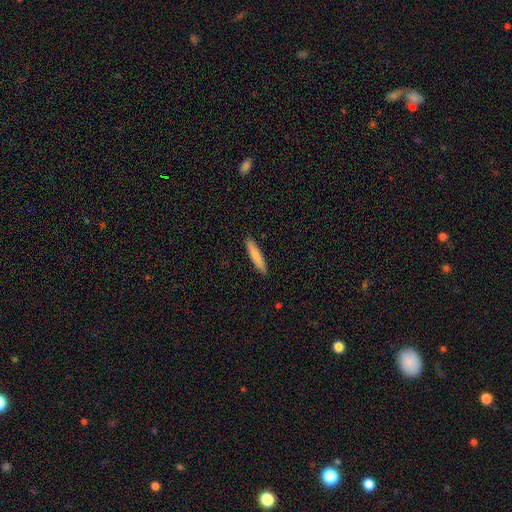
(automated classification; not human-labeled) This appears to be a smooth galaxy with no disk features (79%) that is cigar-shaped (88%). Merging: none (90%).